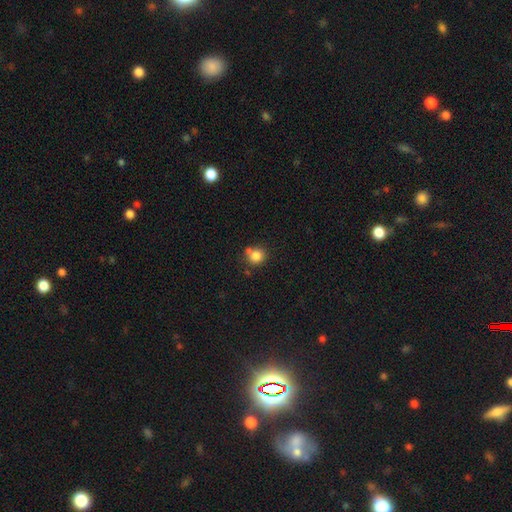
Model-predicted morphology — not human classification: A smooth galaxy with no disk features (82%) that is round (87%). Merging: none (63%).